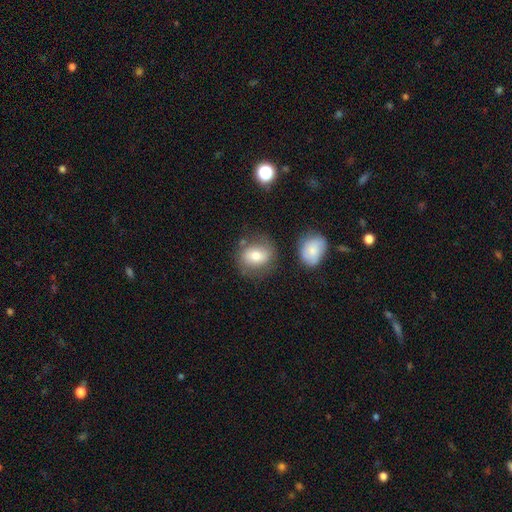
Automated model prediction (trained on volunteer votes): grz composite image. It shows a smooth galaxy with no disk features (73%) that is round (49%, tied with in between). Merging: none (69%).